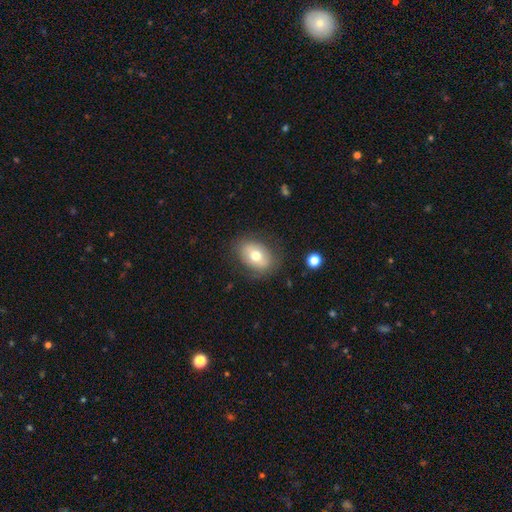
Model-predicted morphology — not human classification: smooth 65%, featured or disk 26%, star or artifact 8%. Down the decision tree: how rounded — in between (78%); merging — none (79%).